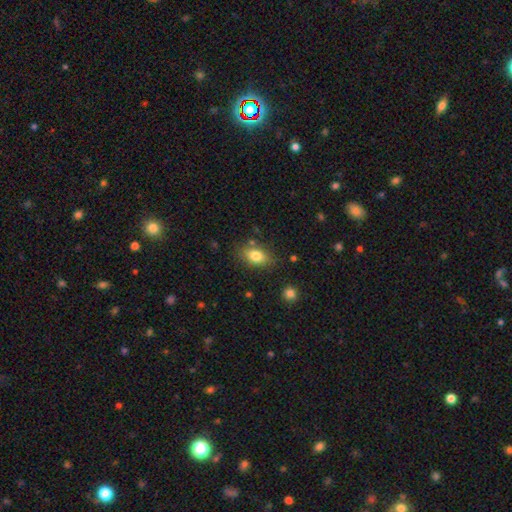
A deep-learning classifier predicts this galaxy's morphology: Q: Smooth or featured?
A: smooth (80%); runner-up: featured or disk (11%)
Q: How rounded?
A: in between (84%); runner-up: round (13%)
Q: Merging?
A: none (78%); runner-up: minor disturbance (14%)